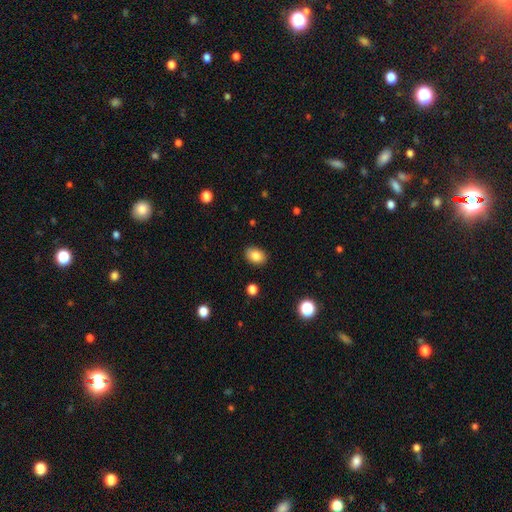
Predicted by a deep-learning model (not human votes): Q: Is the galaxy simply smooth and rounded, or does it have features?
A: smooth — 85%.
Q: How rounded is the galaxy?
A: in between — 78%.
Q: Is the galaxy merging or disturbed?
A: none — 88%.